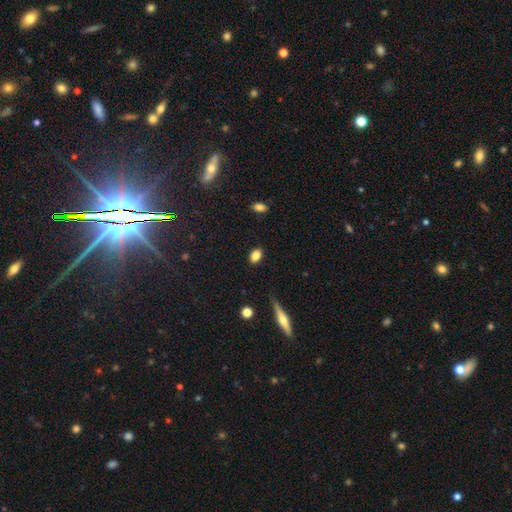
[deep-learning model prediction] The model was most divided on "how rounded": in between: 83%, round: 15%, cigar-shaped: 3%. More confident: merging — none (87%); smooth or featured — smooth (84%).